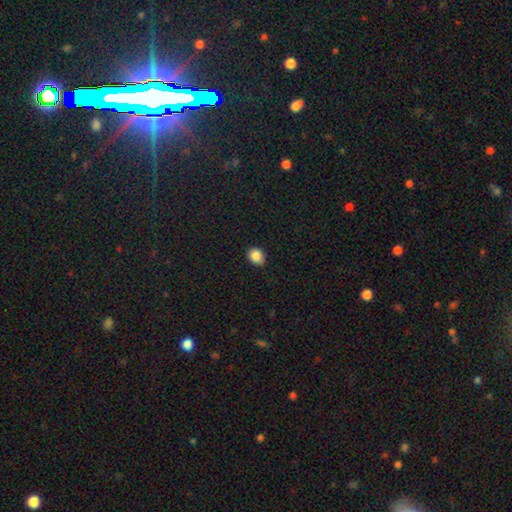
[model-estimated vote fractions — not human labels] A smooth galaxy with no disk features (87%) that is round (57%).

Vote fractions:
- Smooth or featured? smooth: 87% / star or artifact: 9% / featured or disk: 4%
- How rounded? round: 57% / in between: 42% / cigar-shaped: 1%
- Merging? none: 79% / minor disturbance: 18% / major disturbance: 2% / merger: 1%